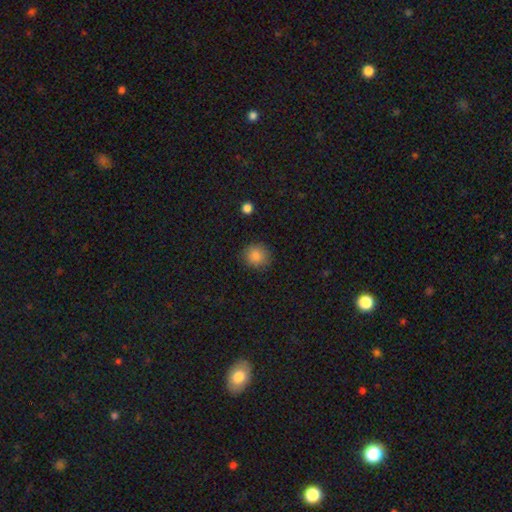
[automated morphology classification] This appears to be a smooth galaxy with no disk features (86%) that is round (88%). Merging: none (88%).